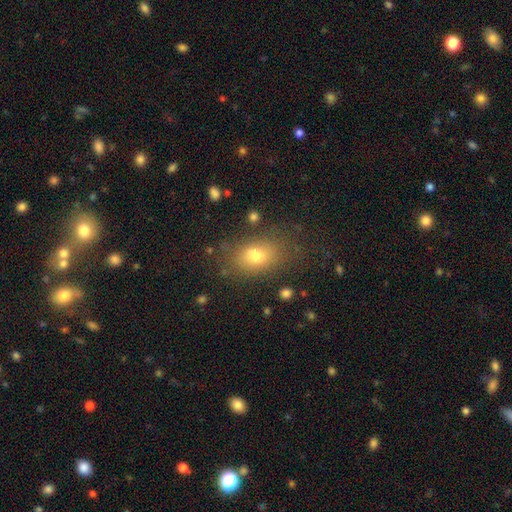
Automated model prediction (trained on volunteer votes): smooth_or_featured: smooth (p=0.71) [alt: featured or disk p=0.15]
how_rounded: in between (p=0.79) [alt: round p=0.19]
merging: none (p=0.67) [alt: minor disturbance p=0.17]